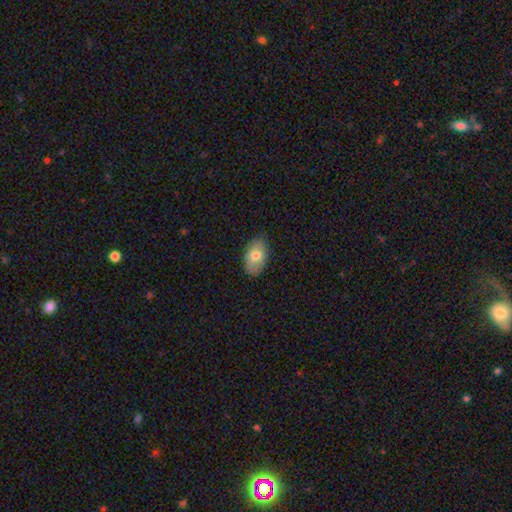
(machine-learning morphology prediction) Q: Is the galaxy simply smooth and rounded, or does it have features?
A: smooth — 73%.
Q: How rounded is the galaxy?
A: in between — 91%.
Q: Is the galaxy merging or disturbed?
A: none — 82%.